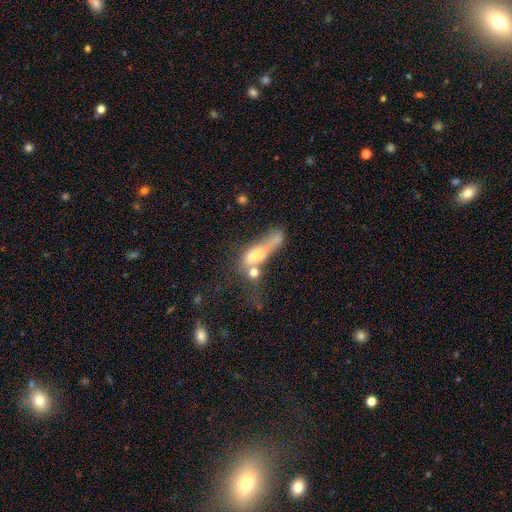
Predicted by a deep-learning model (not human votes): Smooth or featured? Predicted: smooth (p=0.56). How rounded? Predicted: in between (p=0.50). Merging? Predicted: merger (p=0.51).